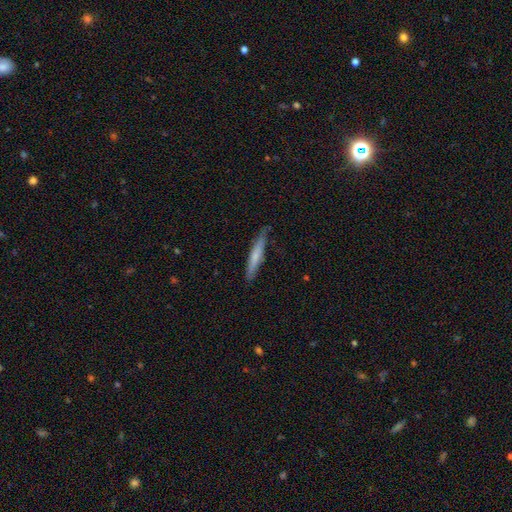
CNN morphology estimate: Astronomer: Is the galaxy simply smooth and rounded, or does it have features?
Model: smooth — 62%.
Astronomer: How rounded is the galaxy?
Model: cigar-shaped — 94%.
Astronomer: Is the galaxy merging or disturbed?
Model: none — 81%.